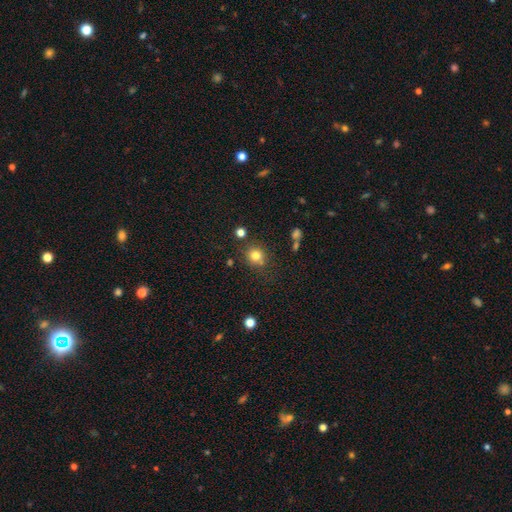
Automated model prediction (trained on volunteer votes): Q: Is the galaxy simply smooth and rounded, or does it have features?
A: smooth — 78%.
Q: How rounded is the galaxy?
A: round — 88%.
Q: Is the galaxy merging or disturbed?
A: none — 75%.